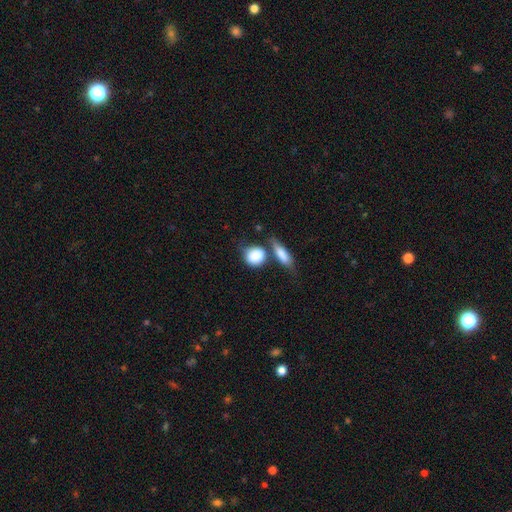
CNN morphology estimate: type=smooth (84%); roundness=round (61%); merging=none (41%).